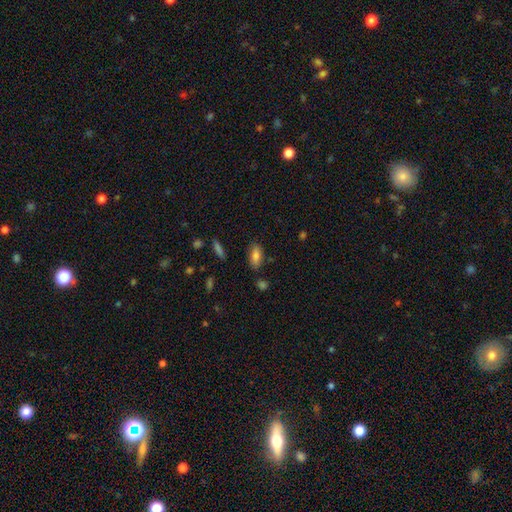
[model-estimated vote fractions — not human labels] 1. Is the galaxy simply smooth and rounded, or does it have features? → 83% smooth, 9% featured or disk, 8% star or artifact.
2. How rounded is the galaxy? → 85% in between, 13% cigar-shaped, 3% round.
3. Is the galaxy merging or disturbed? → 80% none, 13% minor disturbance, 4% merger, 3% major disturbance.